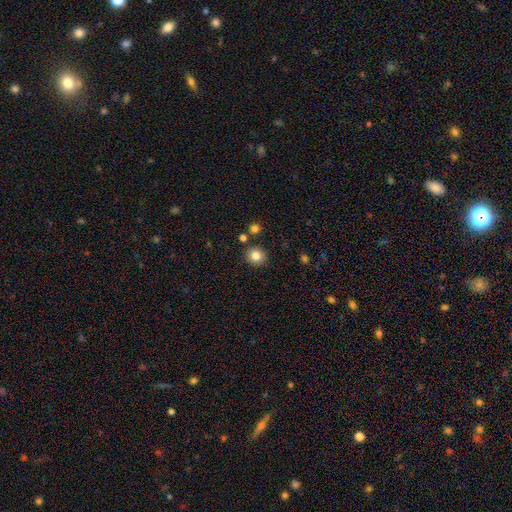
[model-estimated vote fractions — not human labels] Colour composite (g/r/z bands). It shows a smooth galaxy with no disk features (83%) that is round (85%). Merging: none (86%).